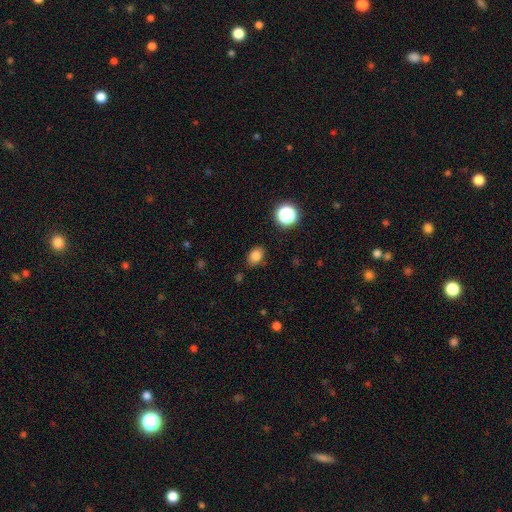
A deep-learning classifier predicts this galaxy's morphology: A smooth galaxy with no disk features (82%) that is in between round and cigar-shaped (65%).

Vote fractions:
- Smooth or featured? smooth: 82% / star or artifact: 13% / featured or disk: 5%
- How rounded? in between: 65% / round: 34% / cigar-shaped: 1%
- Merging? none: 80% / minor disturbance: 14% / major disturbance: 3% / merger: 2%